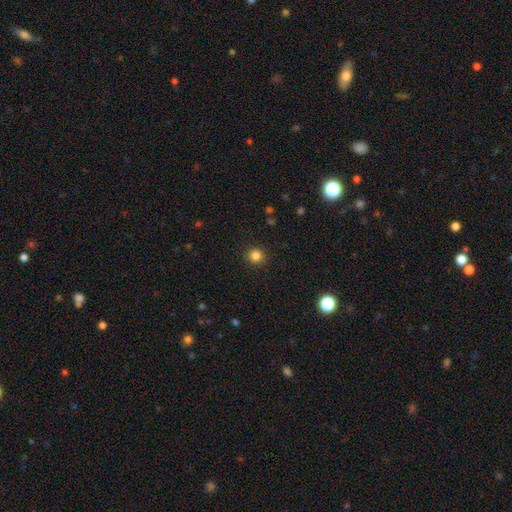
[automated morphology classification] smooth_or_featured: smooth (p=0.84) [alt: star or artifact p=0.13]
how_rounded: round (p=0.93) [alt: in between p=0.06]
merging: none (p=0.92) [alt: minor disturbance p=0.05]